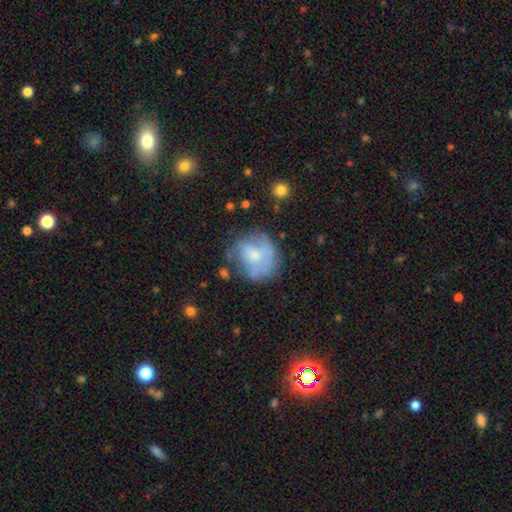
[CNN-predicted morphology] Smooth or featured? featured or disk (52%)
Edge-on disk? no (98%)
Bar? no (78%)
Spiral arms? yes (57%)
Bulge size? small (59%)
Merging? none (54%)